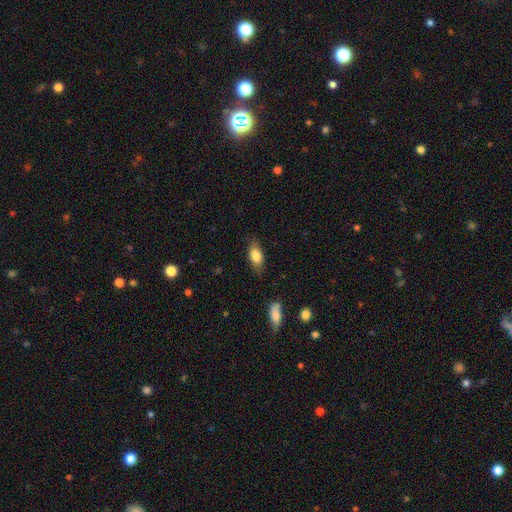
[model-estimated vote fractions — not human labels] Smooth or featured? Predicted: smooth (p=0.79). How rounded? Predicted: in between (p=0.84). Merging? Predicted: none (p=0.79).